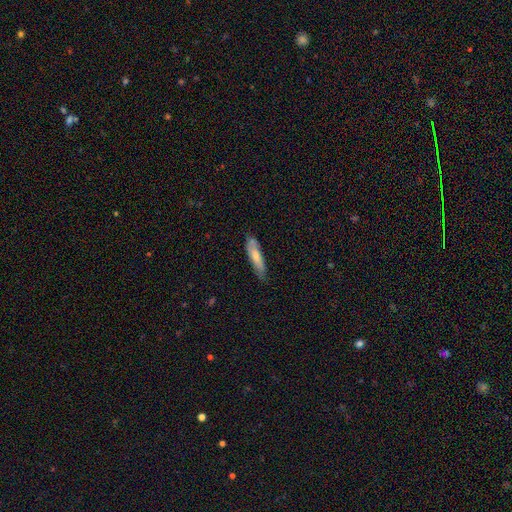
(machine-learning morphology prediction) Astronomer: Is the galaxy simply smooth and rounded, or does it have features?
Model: smooth — 68%.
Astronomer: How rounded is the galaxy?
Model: cigar-shaped — 71%.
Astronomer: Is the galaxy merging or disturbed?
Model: none — 71%.